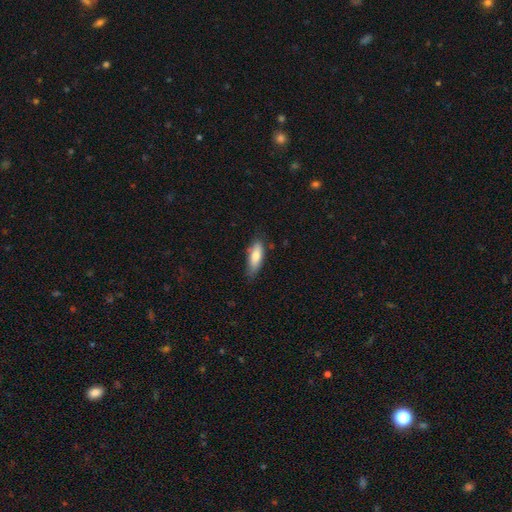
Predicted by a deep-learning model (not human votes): Smooth or featured?
  - smooth: 79% *
  - featured or disk: 15%
  - star or artifact: 6%
How rounded?
  - in between: 63% *
  - cigar-shaped: 35%
  - round: 2%
Merging?
  - none: 71% *
  - minor disturbance: 24%
  - major disturbance: 4%
  - merger: 2%